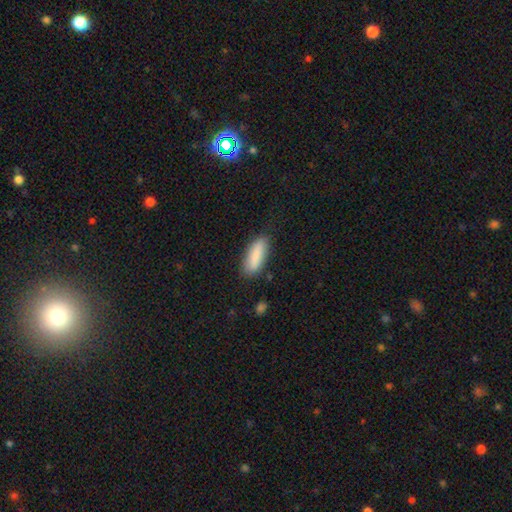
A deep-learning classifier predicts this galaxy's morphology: Smooth or featured? smooth (87%)
How rounded? in between (64%)
Merging? none (81%)